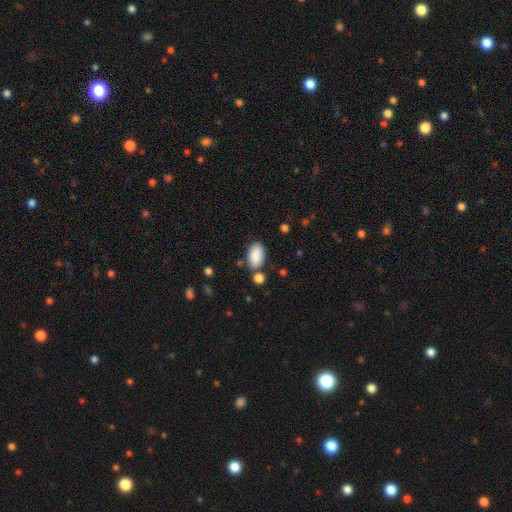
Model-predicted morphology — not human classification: Smooth or featured: smooth — 88% (star or artifact — 7%)
How rounded: in between — 94% (round — 5%)
Merging: none — 75% (minor disturbance — 13%)